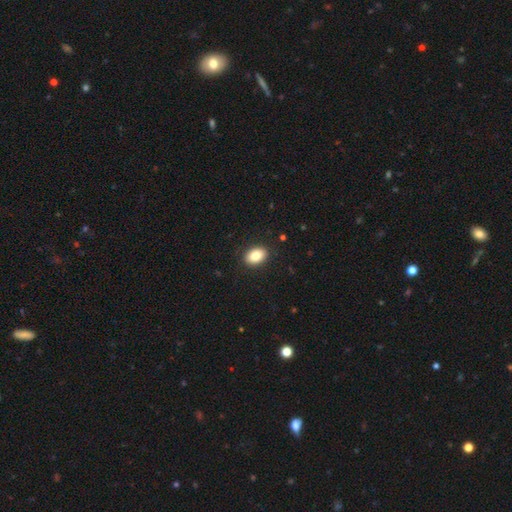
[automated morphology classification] smooth_or_featured: smooth (p=0.84) [alt: featured or disk p=0.08]
how_rounded: in between (p=0.82) [alt: round p=0.17]
merging: none (p=0.89) [alt: minor disturbance p=0.08]